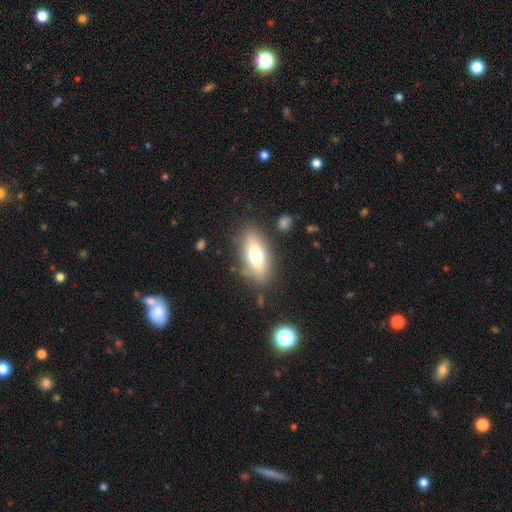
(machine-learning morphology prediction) This is likely a smooth galaxy (67%). How rounded: likely in between (77%). Merging: clearly none (80%).